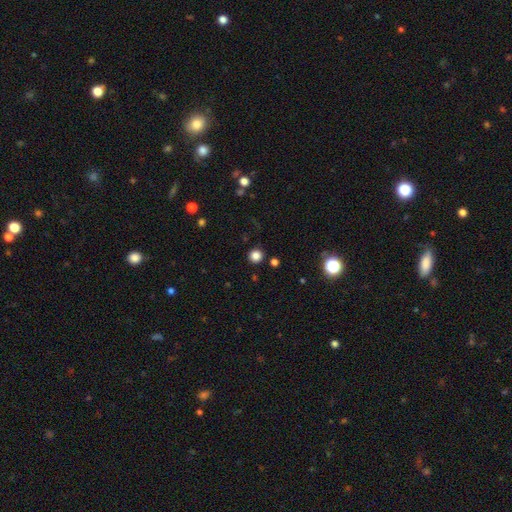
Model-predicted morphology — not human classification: smooth-or-featured: smooth: 83% | star or artifact: 13% | featured or disk: 4%
  how-rounded: round: 94% | in between: 5% | cigar-shaped: 1%
  merging: none: 91% | minor disturbance: 5% | major disturbance: 2% | merger: 2%